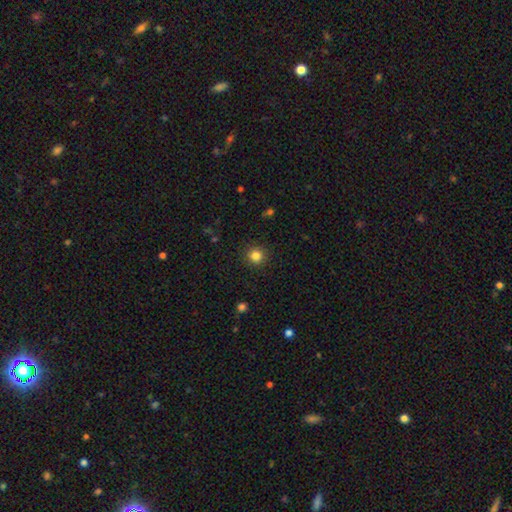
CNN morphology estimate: smooth 84%, star or artifact 12%, featured or disk 4%. Down the decision tree: how rounded — round (94%); merging — none (91%).